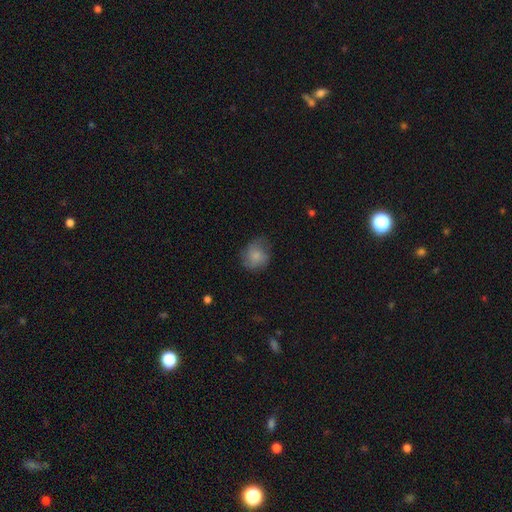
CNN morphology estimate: This is likely a smooth galaxy (79%). How rounded: likely round (72%). Merging: likely none (63%).